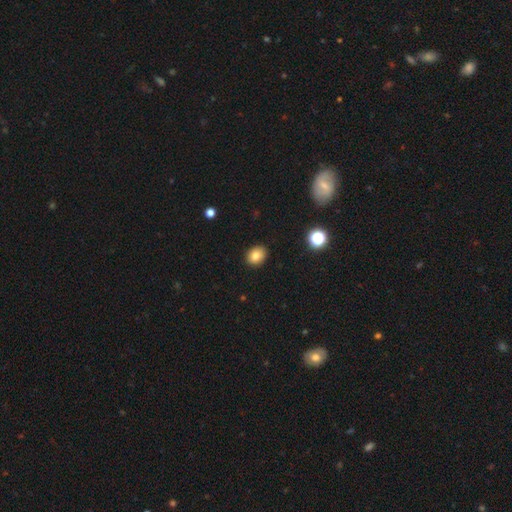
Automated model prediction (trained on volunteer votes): smooth-or-featured: smooth: 82% | star or artifact: 11% | featured or disk: 7%
  how-rounded: in between: 52% | round: 47% | cigar-shaped: 1%
  merging: none: 89% | minor disturbance: 8% | major disturbance: 2% | merger: 1%